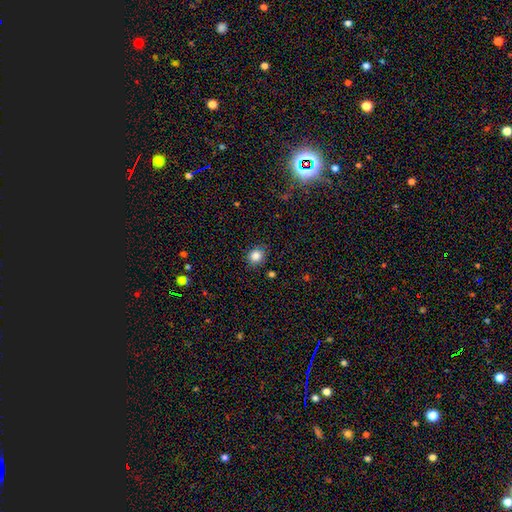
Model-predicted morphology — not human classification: A smooth galaxy with no disk features (85%) that is round (78%).

Vote fractions:
- Smooth or featured? smooth: 85% / star or artifact: 10% / featured or disk: 5%
- How rounded? round: 78% / in between: 21% / cigar-shaped: 1%
- Merging? none: 87% / minor disturbance: 9% / major disturbance: 2% / merger: 1%